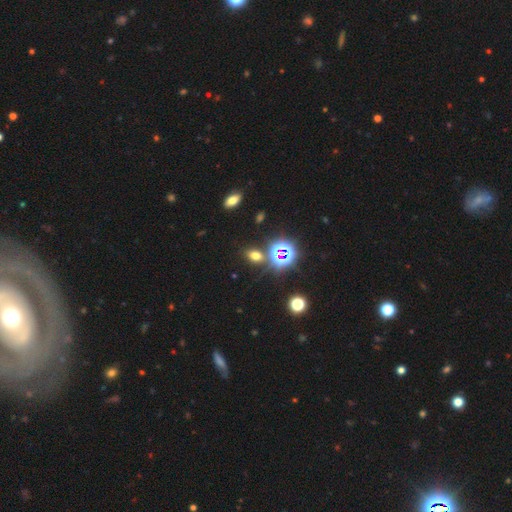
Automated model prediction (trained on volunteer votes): smooth 57%, star or artifact 35%, featured or disk 8%. Down the decision tree: how rounded — in between (70%); merging — none (80%).